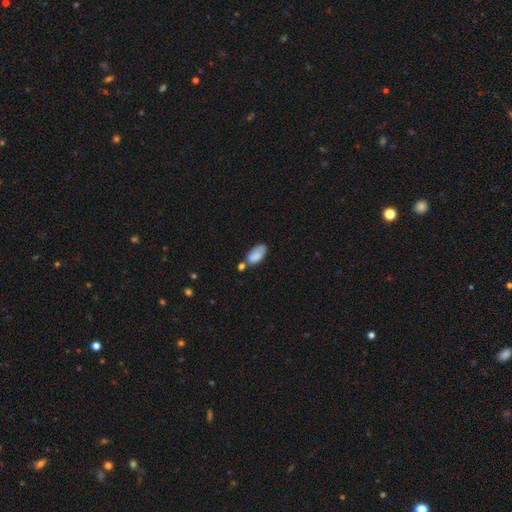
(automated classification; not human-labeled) Morphology: type=smooth (79%); roundness=in between (92%); merging=none (46%).